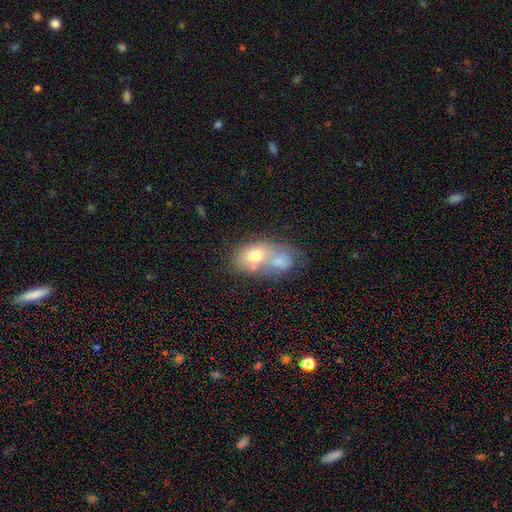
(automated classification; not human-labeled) smooth 66%, featured or disk 26%, star or artifact 8%. Down the decision tree: how rounded — in between (75%); merging — merger (72%).